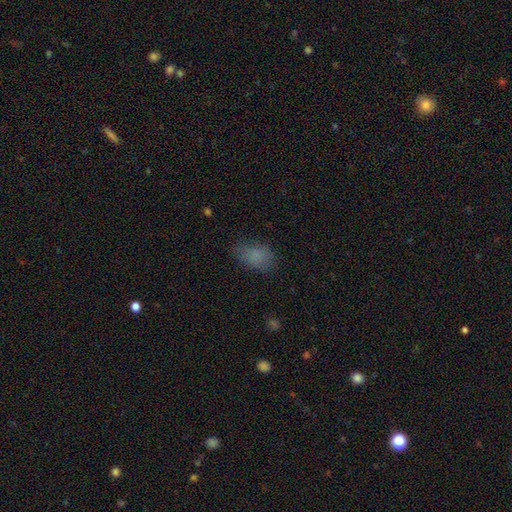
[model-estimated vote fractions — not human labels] Overall: smooth (80%). How rounded: in between (86%). Merging: none (68%).